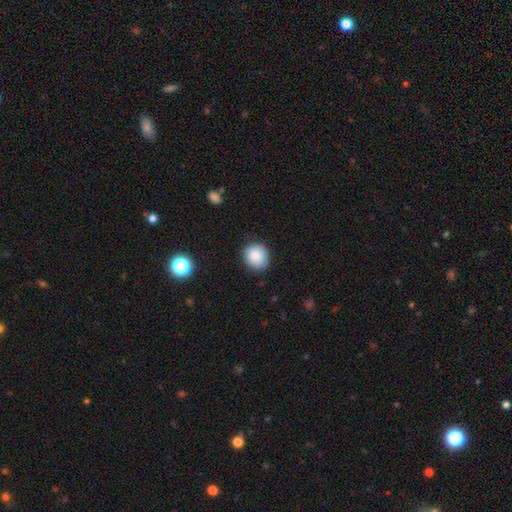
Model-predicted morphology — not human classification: This appears to be a smooth galaxy with no disk features (84%) that is round (78%). Merging: none (84%).